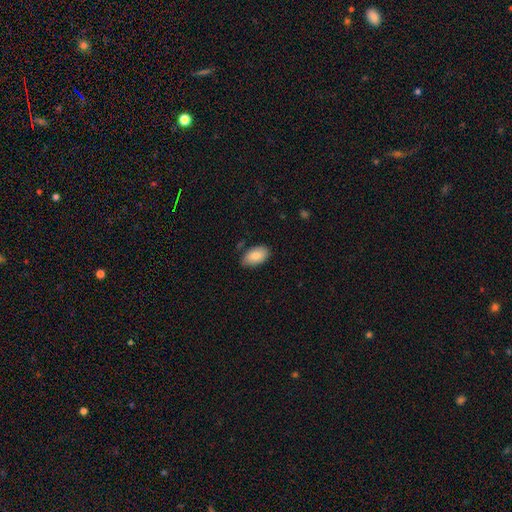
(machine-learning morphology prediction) smooth_or_featured: smooth (p=0.84) [alt: featured or disk p=0.09]
how_rounded: in between (p=0.94) [alt: round p=0.04]
merging: none (p=0.79) [alt: minor disturbance p=0.16]